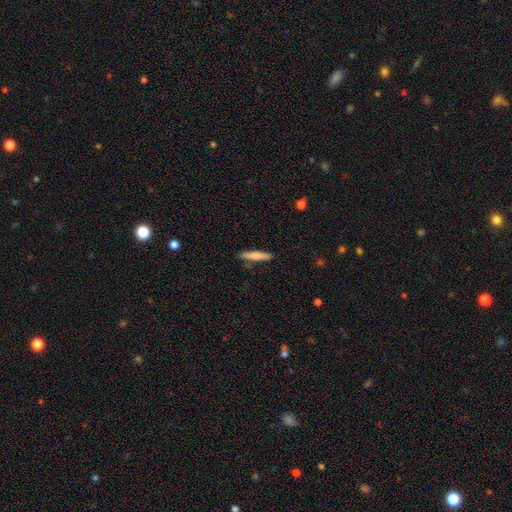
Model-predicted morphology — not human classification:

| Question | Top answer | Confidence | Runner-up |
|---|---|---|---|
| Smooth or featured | smooth | 68% | featured or disk (27%) |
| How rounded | cigar-shaped | 90% | in between (9%) |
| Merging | none | 86% | minor disturbance (10%) |